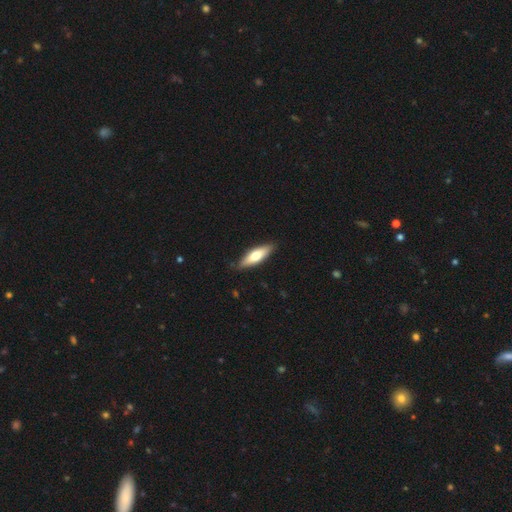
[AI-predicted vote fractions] Smooth or featured? Predicted: smooth (p=0.66). How rounded? Predicted: in between (p=0.52). Merging? Predicted: none (p=0.86).